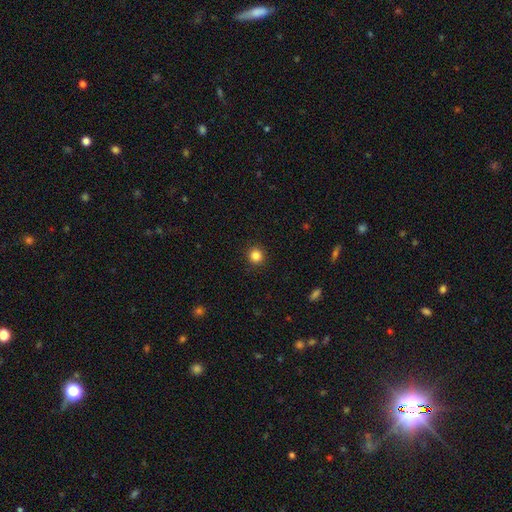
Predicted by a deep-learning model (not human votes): Smooth or featured?
  - smooth: 85% *
  - star or artifact: 11%
  - featured or disk: 4%
How rounded?
  - round: 94% *
  - in between: 5%
  - cigar-shaped: 1%
Merging?
  - none: 92% *
  - minor disturbance: 5%
  - major disturbance: 2%
  - merger: 1%